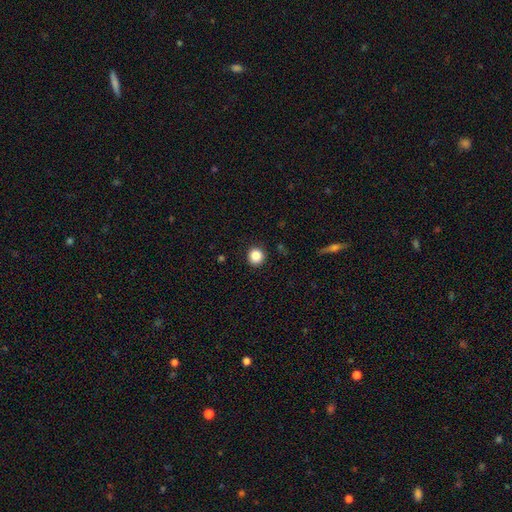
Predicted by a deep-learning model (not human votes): Smooth or featured: smooth — 87% (star or artifact — 10%)
How rounded: round — 92% (in between — 7%)
Merging: none — 91% (minor disturbance — 6%)